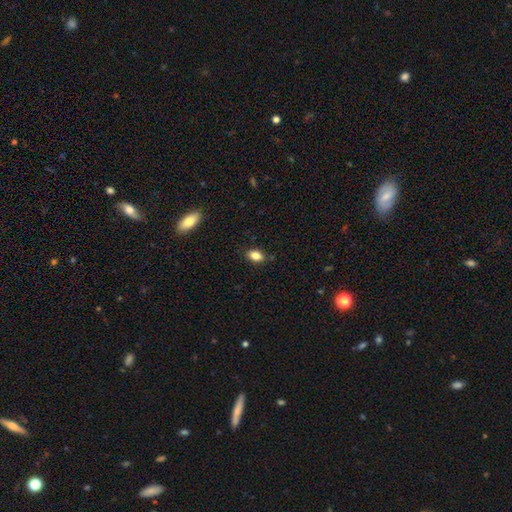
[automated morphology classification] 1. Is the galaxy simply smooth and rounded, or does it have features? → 84% smooth, 10% star or artifact, 7% featured or disk.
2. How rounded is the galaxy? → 85% in between, 12% round, 3% cigar-shaped.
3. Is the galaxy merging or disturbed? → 85% none, 11% minor disturbance, 2% major disturbance, 2% merger.